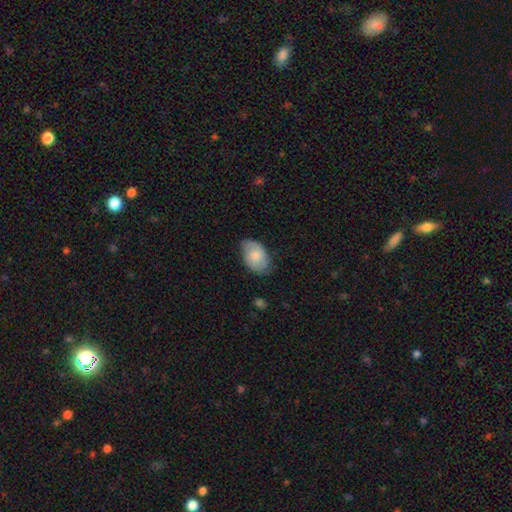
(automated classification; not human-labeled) Smooth or featured?
  - smooth: 61% *
  - featured or disk: 32%
  - star or artifact: 6%
How rounded?
  - in between: 88% *
  - round: 11%
  - cigar-shaped: 1%
Merging?
  - none: 66% *
  - minor disturbance: 26%
  - major disturbance: 6%
  - merger: 1%